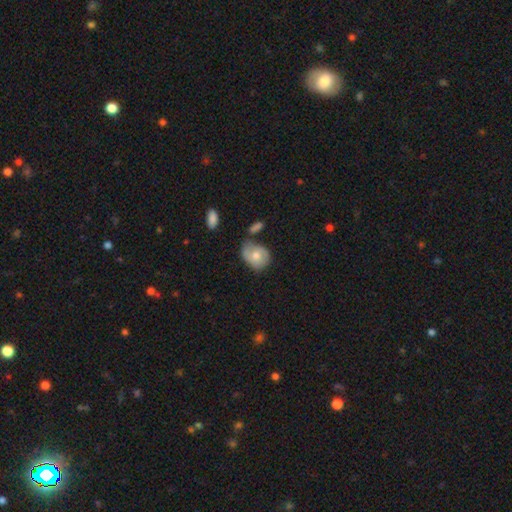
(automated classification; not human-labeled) A smooth galaxy with no disk features (65%) that is in between round and cigar-shaped (59%). Merging: none (43%).